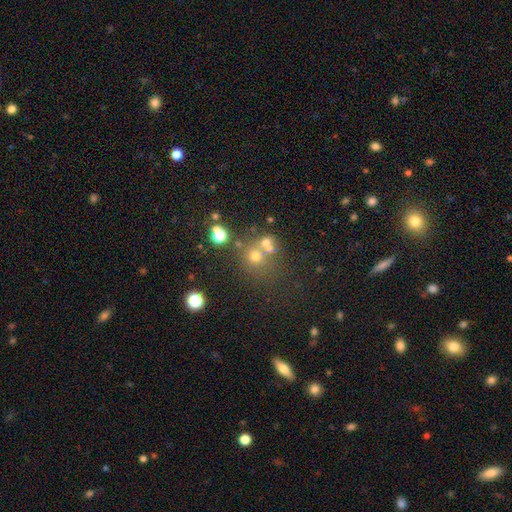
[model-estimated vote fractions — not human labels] The model was most divided on "merging": none: 49%, merger: 38%, minor disturbance: 8%, major disturbance: 5%. More confident: how rounded — round (82%); smooth or featured — smooth (54%).